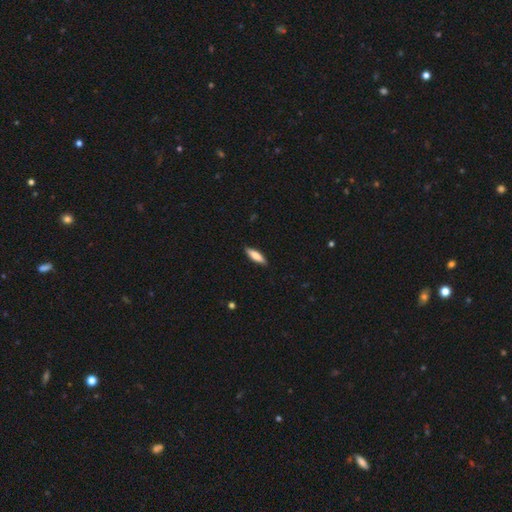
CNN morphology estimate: Smooth or featured?
  - smooth: 78% *
  - featured or disk: 17%
  - star or artifact: 6%
How rounded?
  - cigar-shaped: 58% *
  - in between: 41%
  - round: 2%
Merging?
  - none: 89% *
  - minor disturbance: 8%
  - major disturbance: 2%
  - merger: 1%